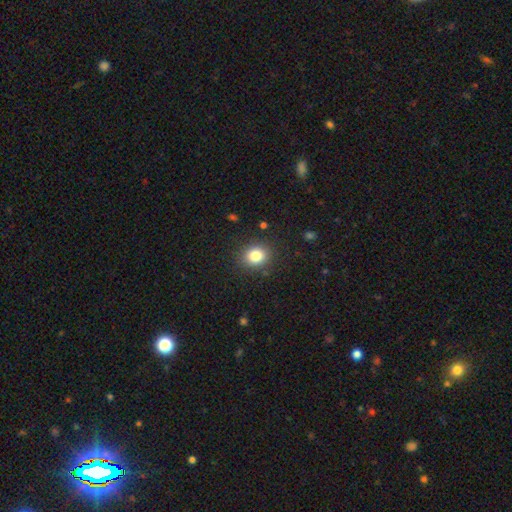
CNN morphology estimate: A smooth galaxy with no disk features (82%) that is round (65%).

Vote fractions:
- Smooth or featured? smooth: 82% / star or artifact: 11% / featured or disk: 7%
- How rounded? round: 65% / in between: 34% / cigar-shaped: 1%
- Merging? none: 86% / minor disturbance: 9% / major disturbance: 3% / merger: 1%